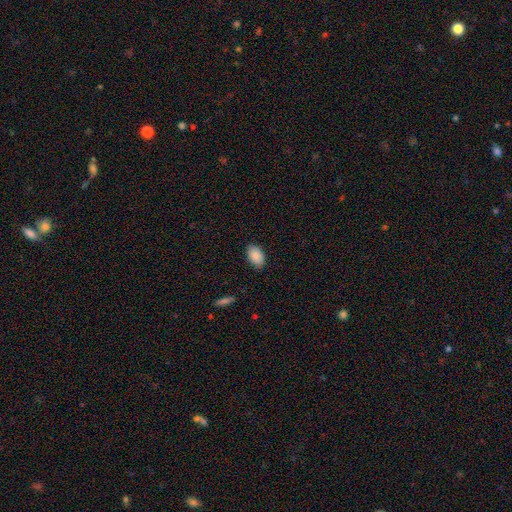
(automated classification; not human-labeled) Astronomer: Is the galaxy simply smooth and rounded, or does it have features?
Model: smooth — 89%.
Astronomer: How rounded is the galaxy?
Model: in between — 92%.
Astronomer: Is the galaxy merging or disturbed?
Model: none — 85%.